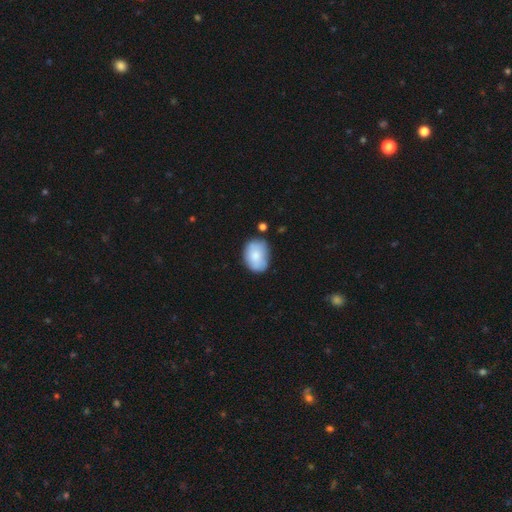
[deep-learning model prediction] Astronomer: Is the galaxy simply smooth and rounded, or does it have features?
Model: smooth — 75%.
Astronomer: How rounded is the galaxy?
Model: in between — 75%.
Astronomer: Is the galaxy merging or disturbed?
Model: none — 65%.